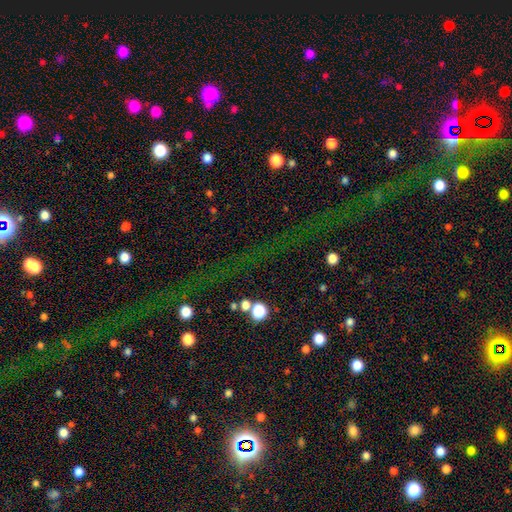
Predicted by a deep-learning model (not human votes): smooth_or_featured: star or artifact (p=0.73) [alt: smooth p=0.17]